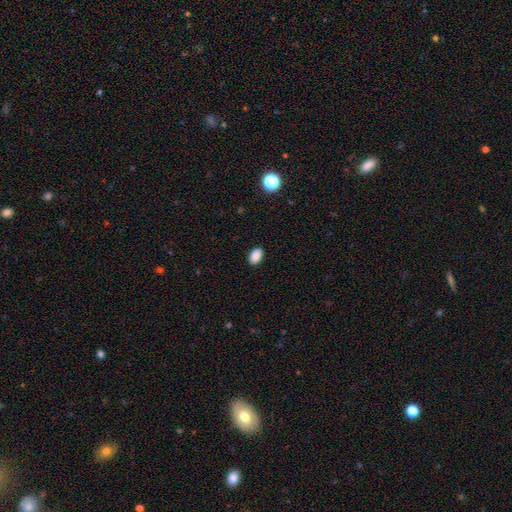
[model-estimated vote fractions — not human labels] This is clearly a smooth galaxy (88%). How rounded: clearly in between (87%). Merging: clearly none (89%).